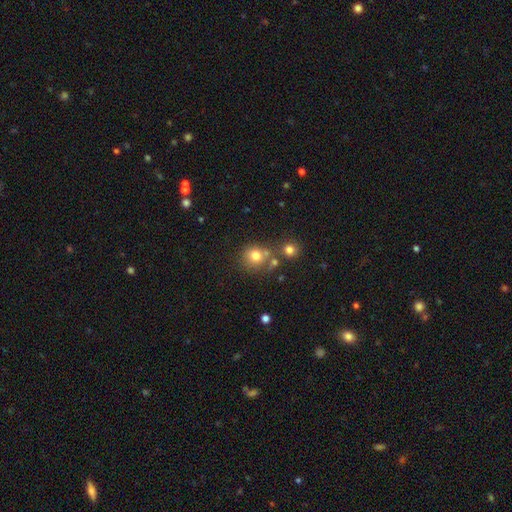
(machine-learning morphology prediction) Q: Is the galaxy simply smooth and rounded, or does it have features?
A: smooth — 76%.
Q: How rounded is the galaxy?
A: round — 86%.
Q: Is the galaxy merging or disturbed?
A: none — 61%.